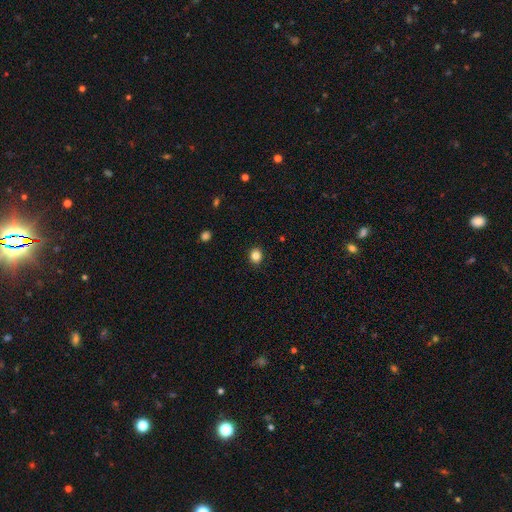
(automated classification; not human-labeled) Q: Smooth or featured?
A: smooth (85%); runner-up: star or artifact (11%)
Q: How rounded?
A: round (79%); runner-up: in between (20%)
Q: Merging?
A: none (92%); runner-up: minor disturbance (6%)